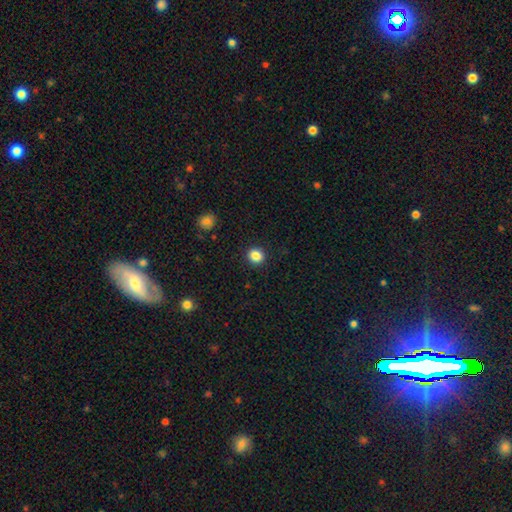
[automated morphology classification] smooth 85%, star or artifact 11%, featured or disk 4%. Down the decision tree: how rounded — round (84%); merging — none (92%).